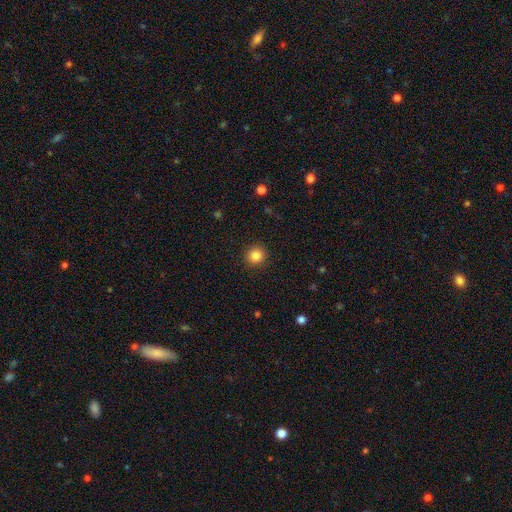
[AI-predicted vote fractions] Smooth or featured: smooth — 85% (star or artifact — 11%)
How rounded: round — 93% (in between — 6%)
Merging: none — 91% (minor disturbance — 6%)